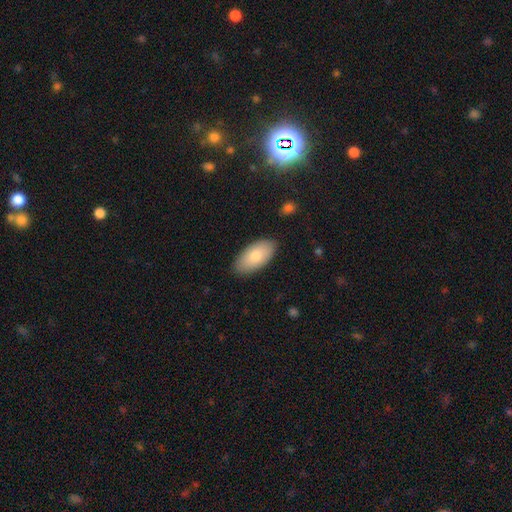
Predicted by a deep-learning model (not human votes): Smooth or featured?
  - smooth: 78% *
  - featured or disk: 16%
  - star or artifact: 6%
How rounded?
  - in between: 95% *
  - cigar-shaped: 3%
  - round: 2%
Merging?
  - none: 85% *
  - minor disturbance: 11%
  - major disturbance: 2%
  - merger: 1%